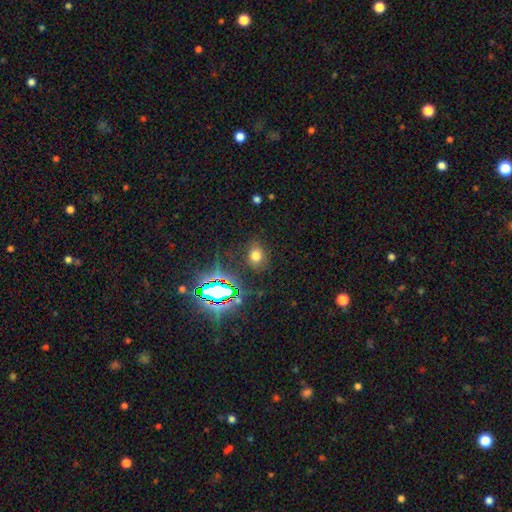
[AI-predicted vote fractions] Overall: smooth (63%; star or artifact 28%). How rounded: in between (53%; round 46%). Merging: none (79%).